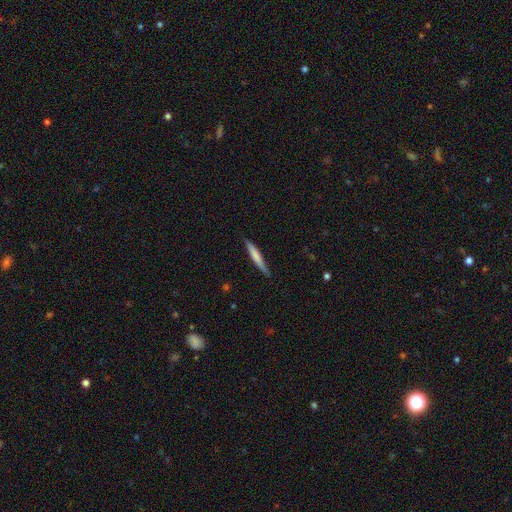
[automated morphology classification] Smooth or featured? Predicted: smooth (p=0.65). How rounded? Predicted: cigar-shaped (p=0.95). Merging? Predicted: none (p=0.85).